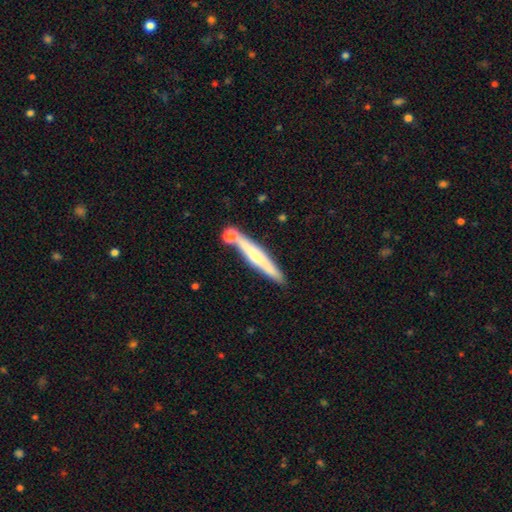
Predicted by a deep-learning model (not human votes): Smooth or featured?
  - smooth: 47% *
  - featured or disk: 46%
  - star or artifact: 7%
Merging?
  - none: 71% *
  - merger: 14%
  - minor disturbance: 11%
  - major disturbance: 3%